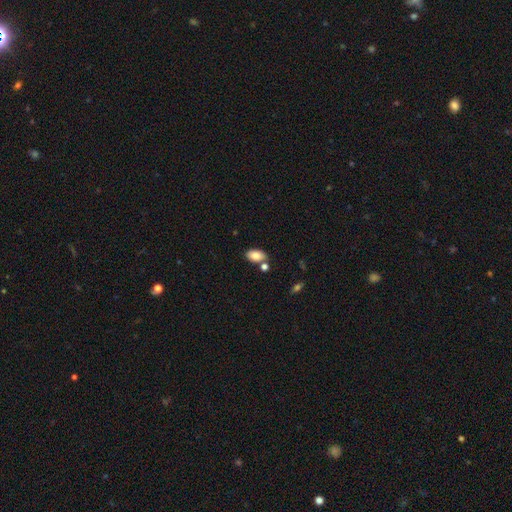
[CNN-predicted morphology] Smooth or featured?
  - smooth: 82% *
  - featured or disk: 10%
  - star or artifact: 8%
How rounded?
  - in between: 92% *
  - round: 6%
  - cigar-shaped: 2%
Merging?
  - none: 70% *
  - merger: 14%
  - minor disturbance: 12%
  - major disturbance: 3%